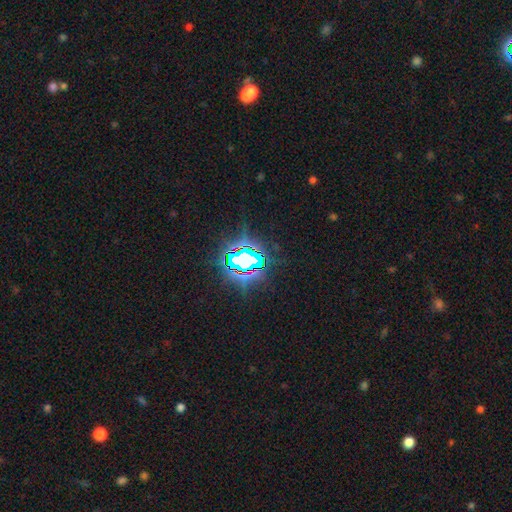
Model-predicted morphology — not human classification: Smooth or featured?
  - star or artifact: 84% *
  - smooth: 10%
  - featured or disk: 6%